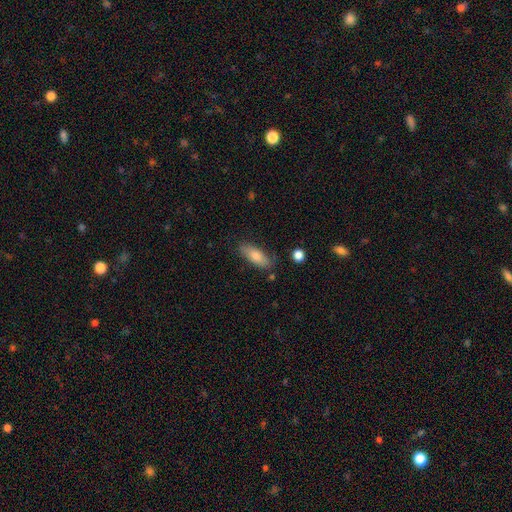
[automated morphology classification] Smooth or featured?
  - smooth: 77% *
  - featured or disk: 16%
  - star or artifact: 7%
How rounded?
  - in between: 72% *
  - cigar-shaped: 26%
  - round: 2%
Merging?
  - none: 77% *
  - minor disturbance: 17%
  - major disturbance: 4%
  - merger: 2%